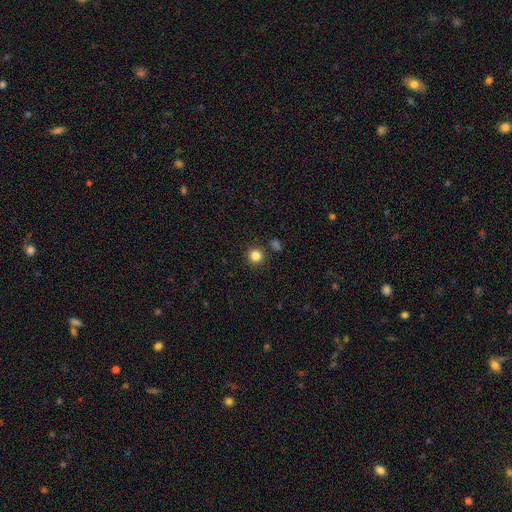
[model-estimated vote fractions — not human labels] This appears to be a smooth galaxy with no disk features (84%) that is round (95%). Merging: none (89%).